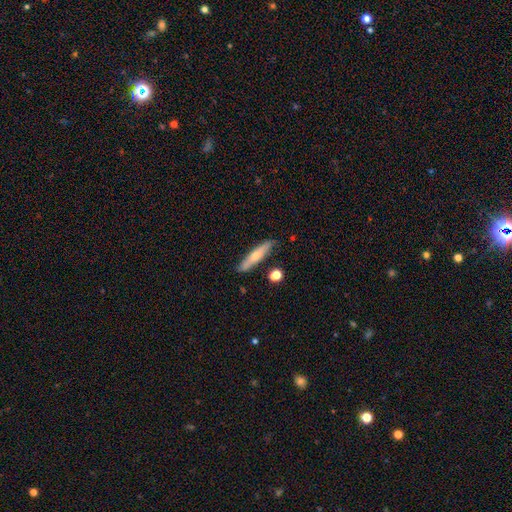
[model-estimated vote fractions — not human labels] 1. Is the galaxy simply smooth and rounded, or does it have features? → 56% smooth, 38% featured or disk, 6% star or artifact.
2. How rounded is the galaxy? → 85% cigar-shaped, 13% in between, 2% round.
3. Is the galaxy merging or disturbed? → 82% none, 12% minor disturbance, 4% merger, 2% major disturbance.